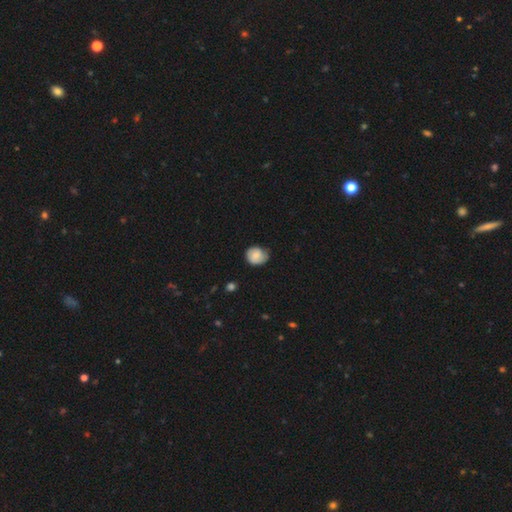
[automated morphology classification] This is likely a smooth galaxy (73%). How rounded: likely round (74%). Merging: possibly none (59%).